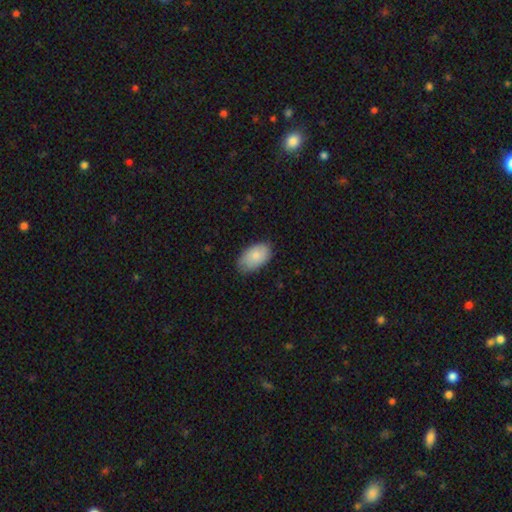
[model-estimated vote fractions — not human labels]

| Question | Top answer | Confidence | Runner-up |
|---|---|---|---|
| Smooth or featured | smooth | 80% | featured or disk (14%) |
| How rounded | in between | 93% | round (5%) |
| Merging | none | 71% | minor disturbance (24%) |